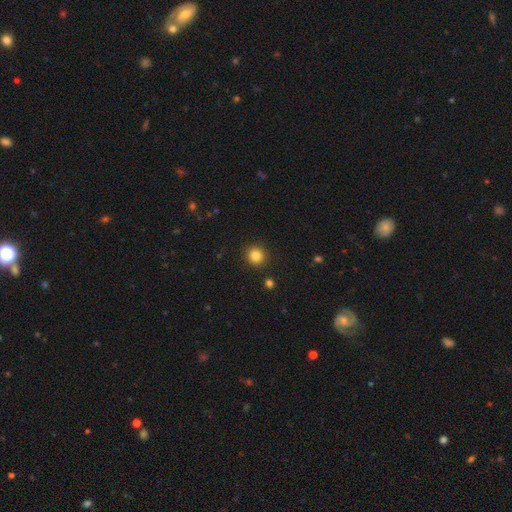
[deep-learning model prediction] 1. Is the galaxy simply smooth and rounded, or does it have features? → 83% smooth, 12% star or artifact, 5% featured or disk.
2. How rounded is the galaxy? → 92% round, 7% in between, 1% cigar-shaped.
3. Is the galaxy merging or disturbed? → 91% none, 5% minor disturbance, 2% major disturbance, 2% merger.